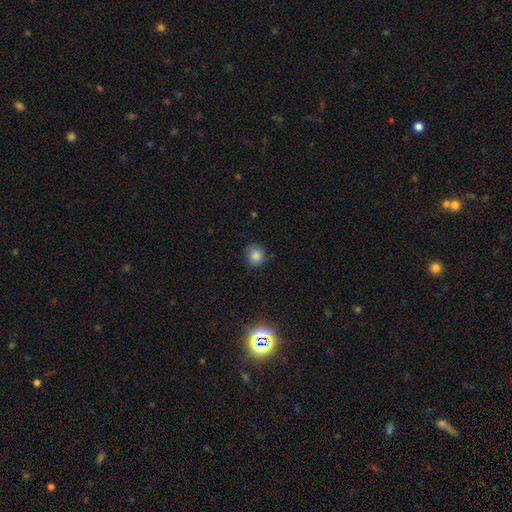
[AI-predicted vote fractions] This is clearly a smooth galaxy (83%). How rounded: clearly round (86%). Merging: likely none (78%).